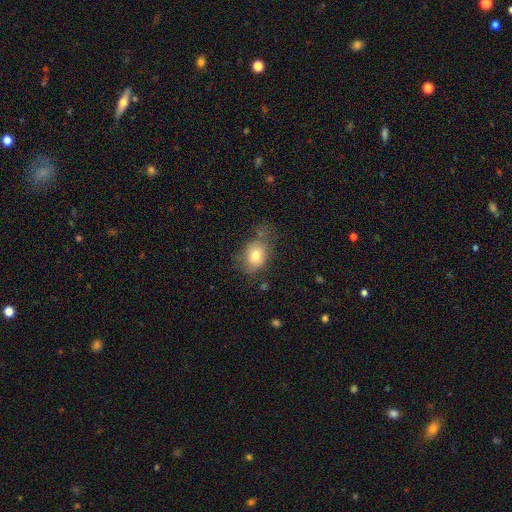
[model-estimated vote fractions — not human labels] smooth_or_featured: smooth (p=0.75) [alt: featured or disk p=0.15]
how_rounded: in between (p=0.63) [alt: round p=0.36]
merging: none (p=0.55) [alt: minor disturbance p=0.27]